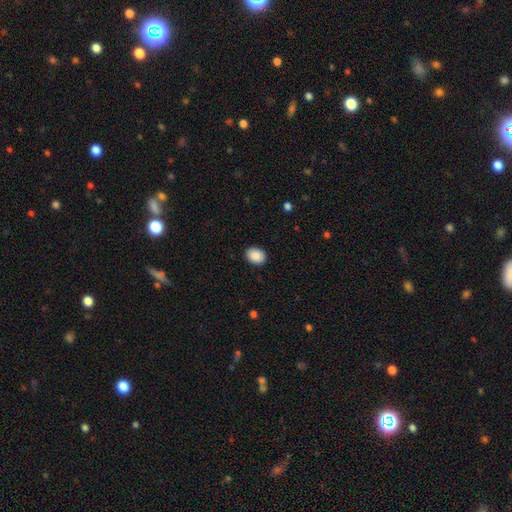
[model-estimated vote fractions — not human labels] Smooth or featured? smooth (90%)
How rounded? in between (56%)
Merging? none (90%)